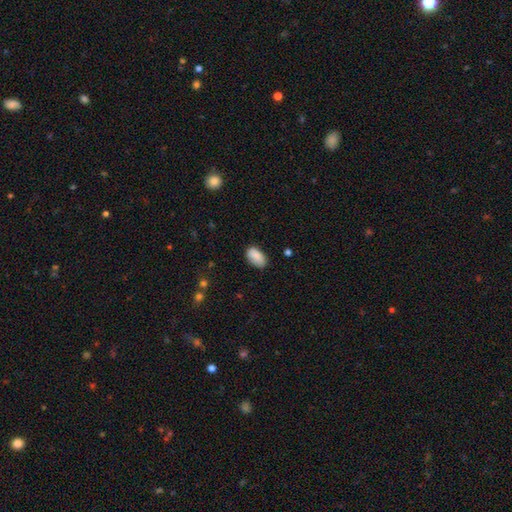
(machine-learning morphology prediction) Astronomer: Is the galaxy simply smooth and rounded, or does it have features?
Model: smooth — 87%.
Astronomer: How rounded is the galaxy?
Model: in between — 93%.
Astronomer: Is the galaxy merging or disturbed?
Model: none — 75%.